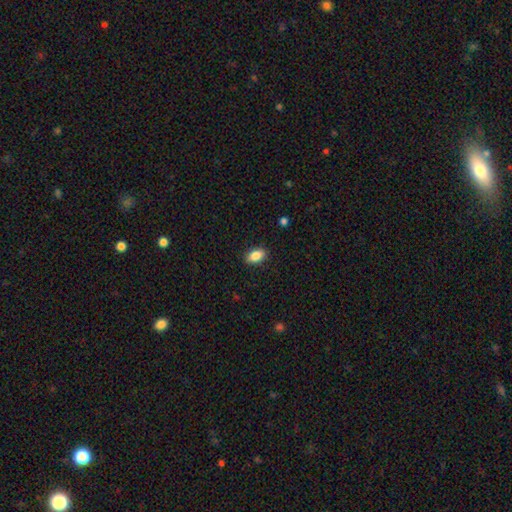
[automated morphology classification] smooth 86%, star or artifact 8%, featured or disk 7%. Down the decision tree: how rounded — in between (90%); merging — none (89%).